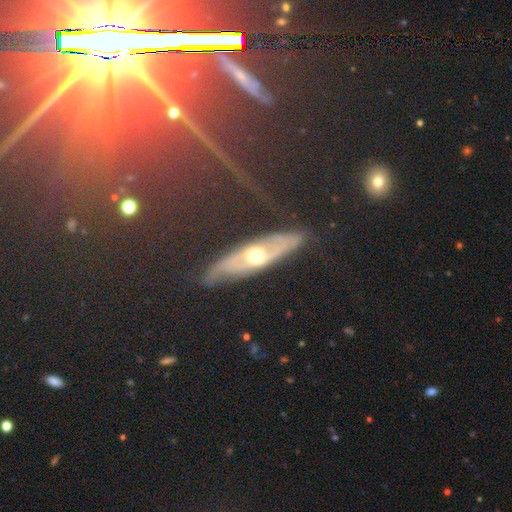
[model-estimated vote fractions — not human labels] Morphology: type=featured or disk (71%); edge-on=no (58%); merging=none (77%).